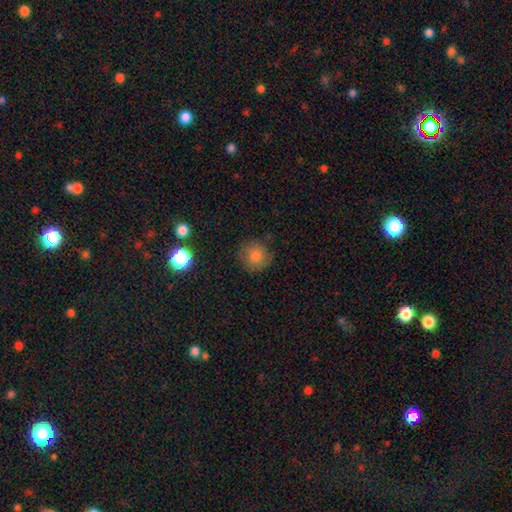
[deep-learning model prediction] Smooth or featured?
  - smooth: 79% *
  - star or artifact: 11%
  - featured or disk: 10%
How rounded?
  - round: 92% *
  - in between: 7%
  - cigar-shaped: 1%
Merging?
  - none: 83% *
  - minor disturbance: 12%
  - major disturbance: 3%
  - merger: 1%